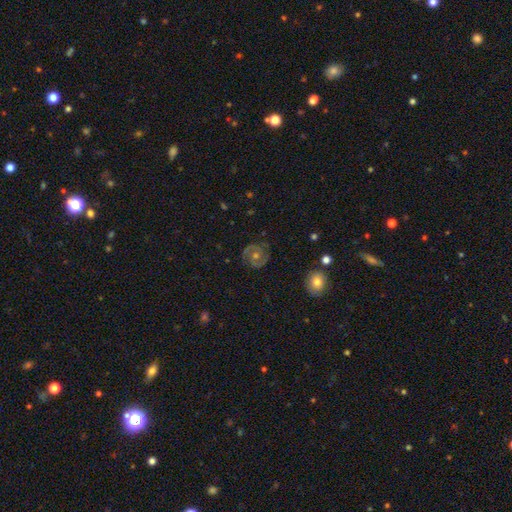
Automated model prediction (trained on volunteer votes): Smooth or featured? Predicted: featured or disk (p=0.76). Edge-on disk? Predicted: no (p=0.98). Bar? Predicted: no (p=0.71). Spiral arms? Predicted: yes (p=0.93). Spiral winding? Predicted: tight (p=0.56). Spiral arm count? Predicted: 2 (p=0.69). Bulge size? Predicted: moderate (p=0.55). Merging? Predicted: none (p=0.84).